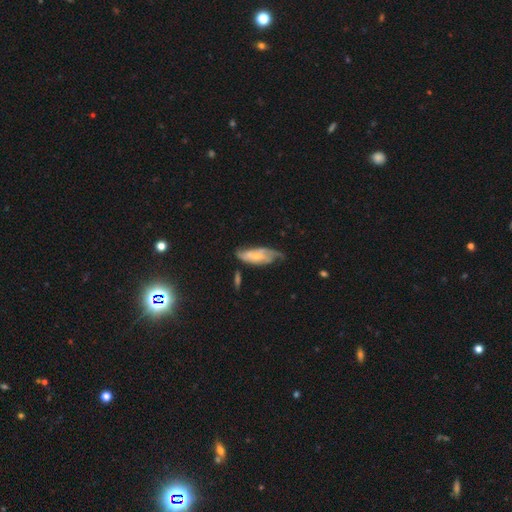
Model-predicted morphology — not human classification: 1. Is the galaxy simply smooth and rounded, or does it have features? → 59% featured or disk, 35% smooth, 6% star or artifact.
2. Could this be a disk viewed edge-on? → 88% no, 12% yes.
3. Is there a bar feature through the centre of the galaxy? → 61% no, 30% weak, 8% strong.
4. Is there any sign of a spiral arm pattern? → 84% yes, 16% no.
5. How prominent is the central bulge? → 59% small, 30% moderate, 8% none, 3% large, 1% dominant.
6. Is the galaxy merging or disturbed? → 42% none, 33% minor disturbance, 20% major disturbance, 4% merger.